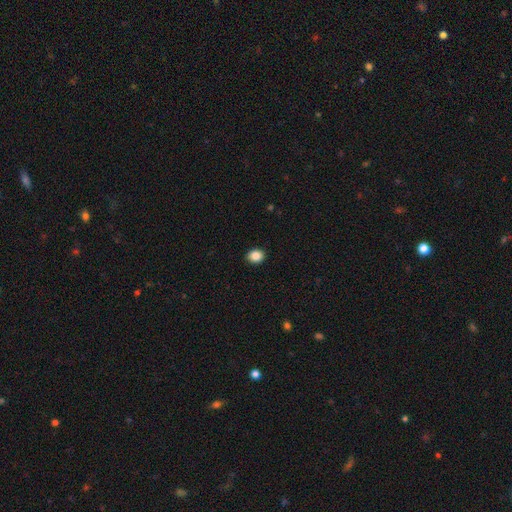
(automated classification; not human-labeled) smooth 87%, star or artifact 9%, featured or disk 4%. Down the decision tree: how rounded — round (54%); merging — none (92%).